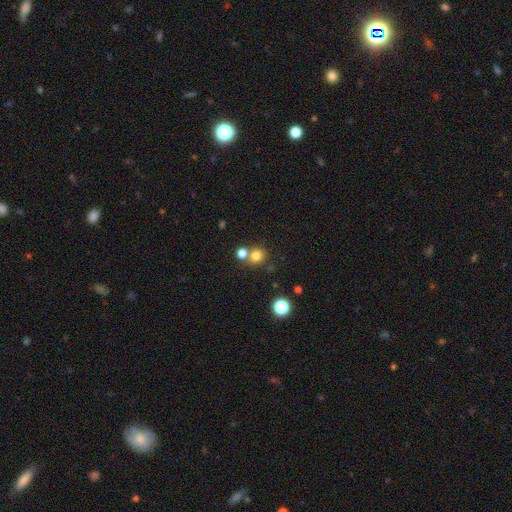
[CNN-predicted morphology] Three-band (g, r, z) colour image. It shows a smooth galaxy with no disk features (78%) that is round (88%). Merging: none (64%).